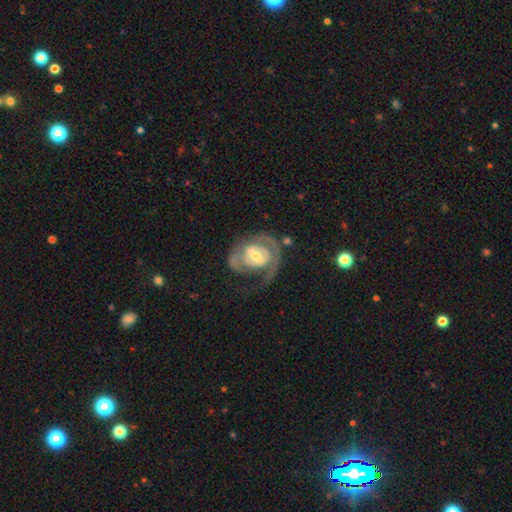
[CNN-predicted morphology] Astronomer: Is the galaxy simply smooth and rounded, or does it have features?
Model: featured or disk — 82%.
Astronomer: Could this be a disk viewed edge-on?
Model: no — 97%.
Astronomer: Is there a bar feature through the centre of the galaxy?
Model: weak — 49% (runner-up: strong, 32%).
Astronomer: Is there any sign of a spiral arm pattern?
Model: yes — 86%.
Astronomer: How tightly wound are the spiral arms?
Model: tight — 46% (runner-up: medium, 39%).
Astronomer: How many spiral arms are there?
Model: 2 — 54%.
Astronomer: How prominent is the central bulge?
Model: moderate — 51% (runner-up: small, 39%).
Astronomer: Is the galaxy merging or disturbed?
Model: none — 42% (runner-up: major disturbance, 33%).